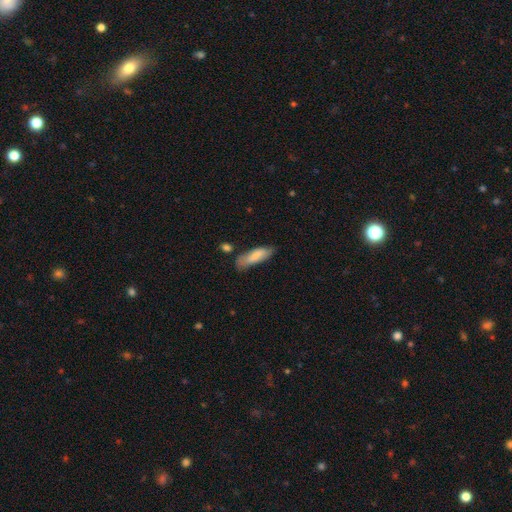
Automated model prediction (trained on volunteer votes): The model was most divided on "how rounded": in between: 53%, cigar-shaped: 45%, round: 2%. More confident: smooth or featured — smooth (78%); merging — none (61%).